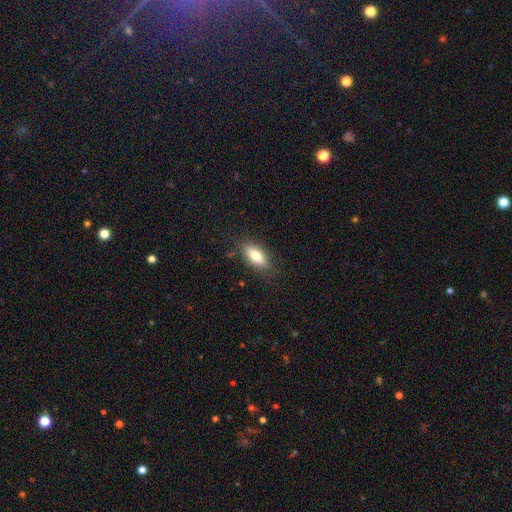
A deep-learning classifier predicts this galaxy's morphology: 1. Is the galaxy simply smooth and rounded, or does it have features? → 72% smooth, 21% featured or disk, 7% star or artifact.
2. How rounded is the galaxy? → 77% in between, 19% cigar-shaped, 4% round.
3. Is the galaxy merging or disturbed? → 82% none, 13% minor disturbance, 3% major disturbance, 1% merger.